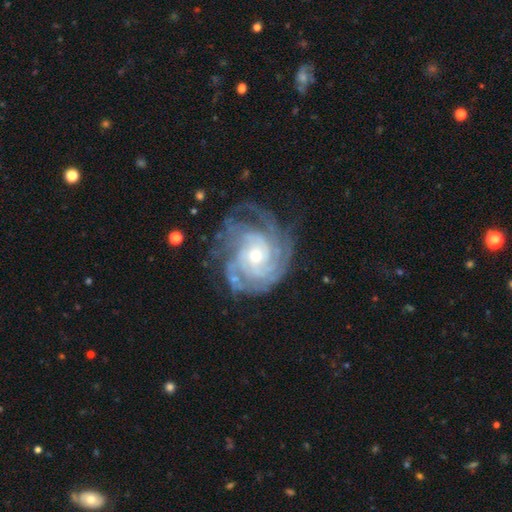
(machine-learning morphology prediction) smooth_or_featured: featured or disk (p=0.90) [alt: star or artifact p=0.05]
disk_edge_on: no (p=0.97) [alt: yes p=0.03]
bar: no (p=0.70) [alt: weak p=0.24]
has_spiral_arms: yes (p=0.97) [alt: no p=0.03]
spiral_winding: tight (p=0.72) [alt: medium p=0.23]
spiral_arm_count: can't tell (p=0.28) [alt: 4 p=0.23]
bulge_size: small (p=0.51) [alt: moderate p=0.44]
merging: none (p=0.64) [alt: minor disturbance p=0.20]